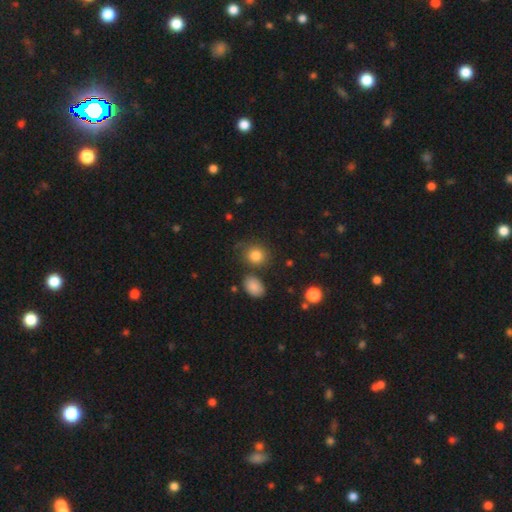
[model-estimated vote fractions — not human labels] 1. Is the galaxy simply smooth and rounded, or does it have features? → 84% smooth, 10% star or artifact, 6% featured or disk.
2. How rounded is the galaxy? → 75% round, 24% in between, 1% cigar-shaped.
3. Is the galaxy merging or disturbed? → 73% none, 14% minor disturbance, 8% merger, 5% major disturbance.